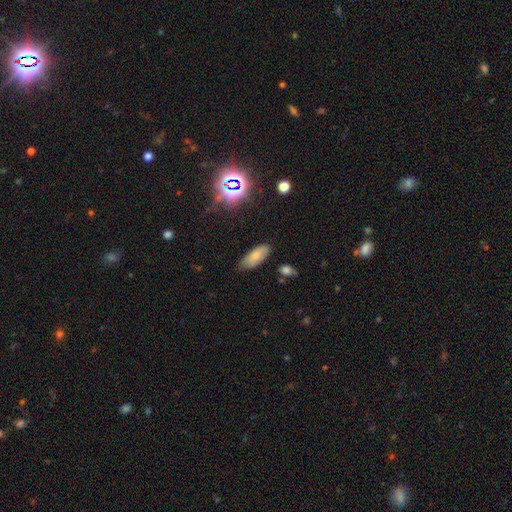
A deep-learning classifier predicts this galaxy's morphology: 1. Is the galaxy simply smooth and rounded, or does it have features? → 75% smooth, 14% featured or disk, 10% star or artifact.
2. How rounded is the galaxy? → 83% in between, 15% cigar-shaped, 2% round.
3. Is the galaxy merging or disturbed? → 71% none, 23% minor disturbance, 4% major disturbance, 2% merger.